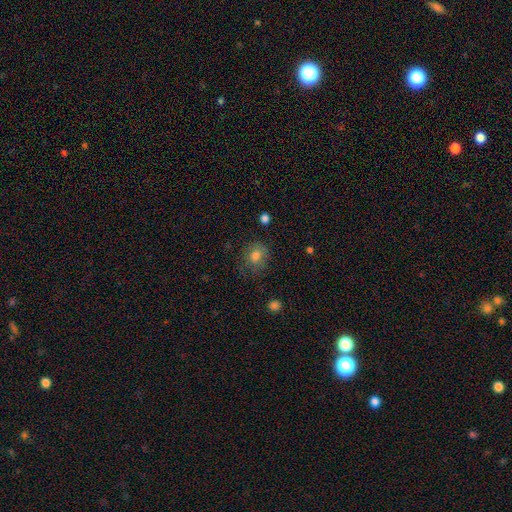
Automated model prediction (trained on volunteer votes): Overall: smooth (77%). How rounded: round (71%). Merging: none (71%).